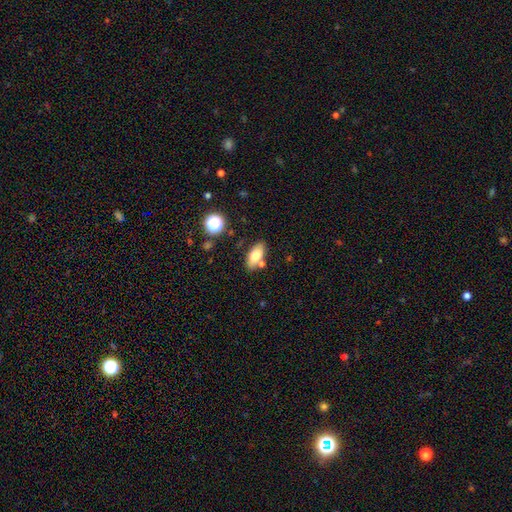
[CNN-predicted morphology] Smooth or featured: smooth — 77% (featured or disk — 15%)
How rounded: in between — 86% (cigar-shaped — 10%)
Merging: none — 74% (minor disturbance — 13%)